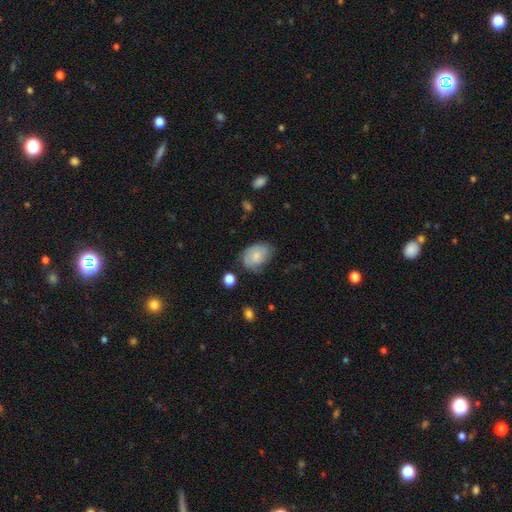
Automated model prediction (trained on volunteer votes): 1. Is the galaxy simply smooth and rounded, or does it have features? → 63% smooth, 29% featured or disk, 7% star or artifact.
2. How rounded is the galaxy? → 81% in between, 17% round, 1% cigar-shaped.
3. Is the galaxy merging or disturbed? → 57% none, 30% minor disturbance, 11% major disturbance, 2% merger.